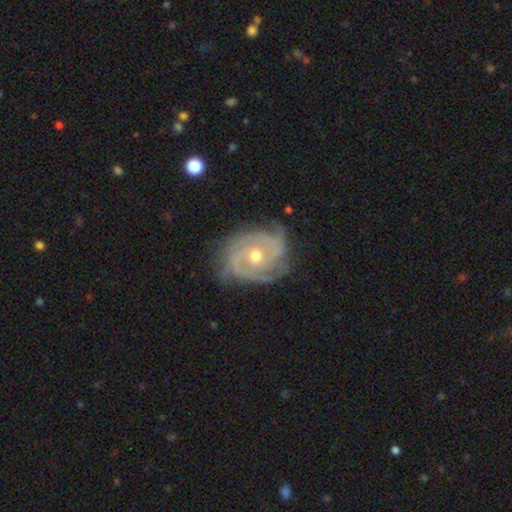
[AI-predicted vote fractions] Q: Smooth or featured?
A: featured or disk (90%); runner-up: smooth (5%)
Q: Edge-on disk?
A: no (97%); runner-up: yes (3%)
Q: Bar?
A: no (75%); runner-up: weak (20%)
Q: Spiral arms?
A: yes (97%); runner-up: no (3%)
Q: Spiral winding?
A: tight (68%); runner-up: medium (27%)
Q: Spiral arm count?
A: 3 (39%); runner-up: 2 (22%)
Q: Bulge size?
A: moderate (63%); runner-up: small (33%)
Q: Merging?
A: none (71%); runner-up: minor disturbance (21%)